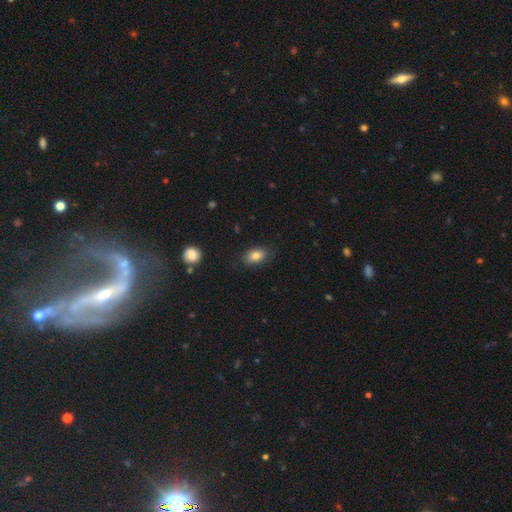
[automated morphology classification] Overall: smooth (81%). How rounded: in between (87%). Merging: none (80%).